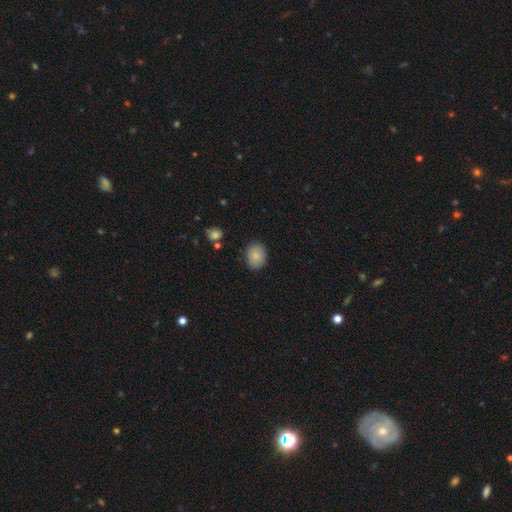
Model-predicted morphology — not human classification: smooth_or_featured: smooth (p=0.85) [alt: star or artifact p=0.08]
how_rounded: in between (p=0.61) [alt: round p=0.39]
merging: none (p=0.86) [alt: minor disturbance p=0.10]